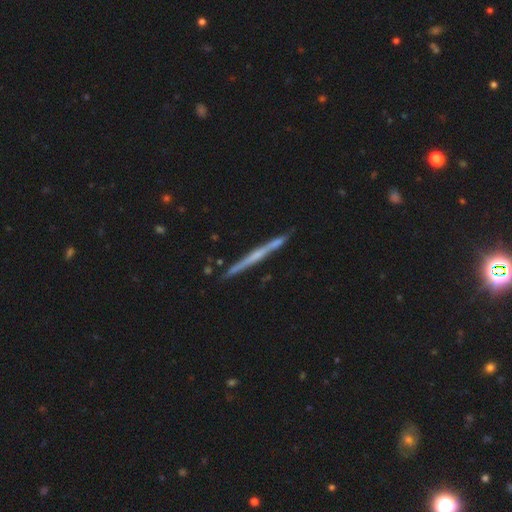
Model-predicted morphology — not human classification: featured or disk 65%, smooth 30%, star or artifact 5%. Down the decision tree: edge-on disk — yes (98%); edge-on bulge — none (74%); merging — none (88%).